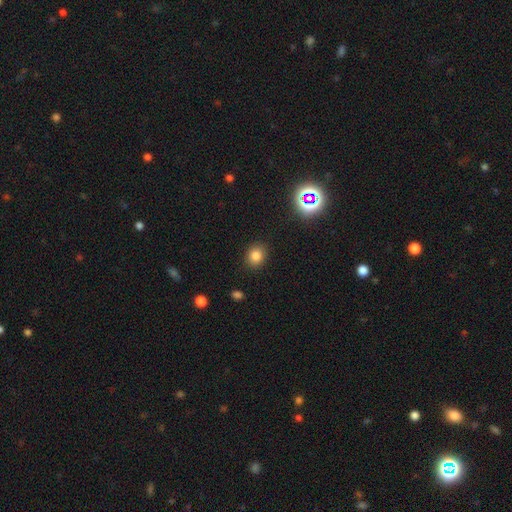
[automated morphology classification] Q: Smooth or featured?
A: smooth (81%); runner-up: star or artifact (14%)
Q: How rounded?
A: round (69%); runner-up: in between (30%)
Q: Merging?
A: none (88%); runner-up: minor disturbance (8%)